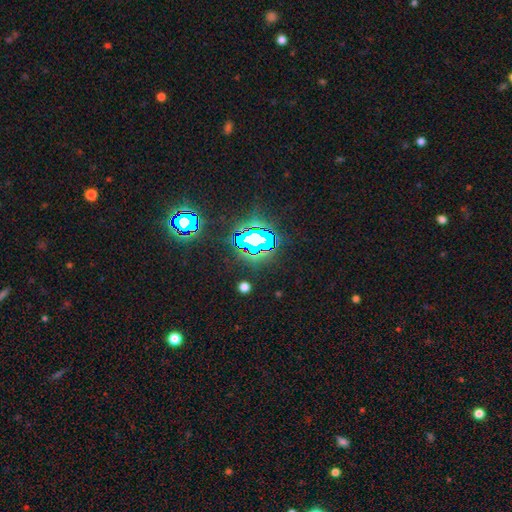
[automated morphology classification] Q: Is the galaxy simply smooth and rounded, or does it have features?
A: star or artifact — 83%.